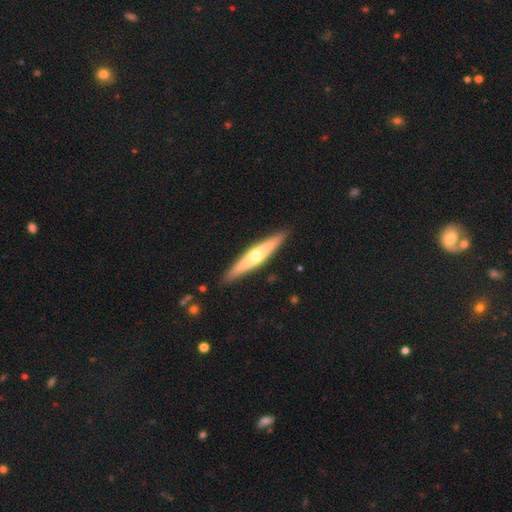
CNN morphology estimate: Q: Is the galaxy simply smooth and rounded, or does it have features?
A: featured or disk — 58%.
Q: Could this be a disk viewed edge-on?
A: yes — 95%.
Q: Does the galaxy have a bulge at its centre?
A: rounded — 87%.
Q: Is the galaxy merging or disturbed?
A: none — 90%.